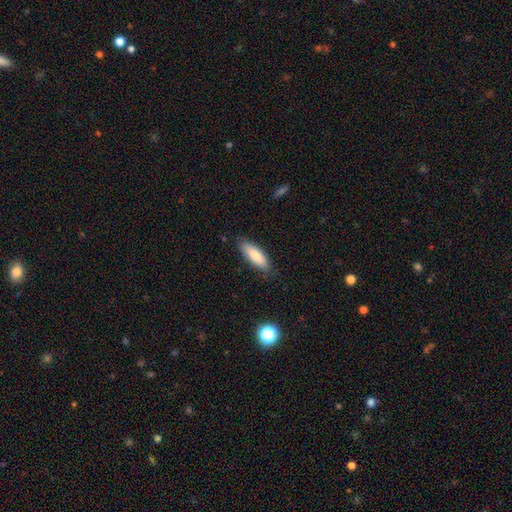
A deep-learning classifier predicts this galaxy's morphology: smooth_or_featured: smooth (p=0.82) [alt: featured or disk p=0.12]
how_rounded: in between (p=0.57) [alt: cigar-shaped p=0.41]
merging: none (p=0.84) [alt: minor disturbance p=0.12]